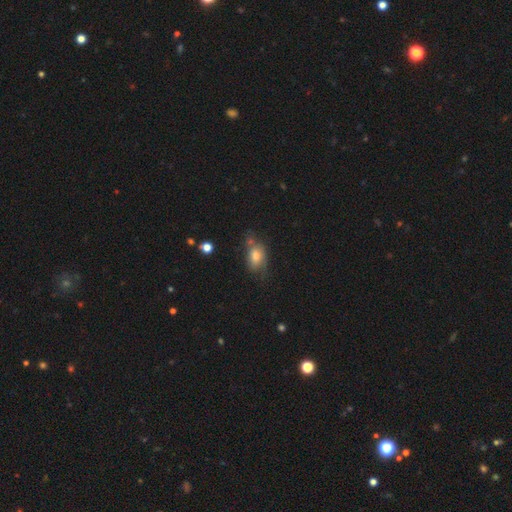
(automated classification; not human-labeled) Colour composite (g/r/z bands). It shows a smooth galaxy with no disk features (76%) that is in between round and cigar-shaped (81%). Merging: none (53%).